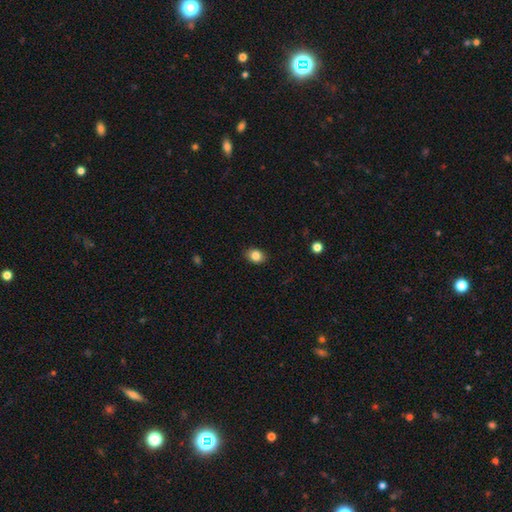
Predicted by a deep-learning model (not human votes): Smooth or featured? smooth (84%)
How rounded? in between (62%)
Merging? none (87%)